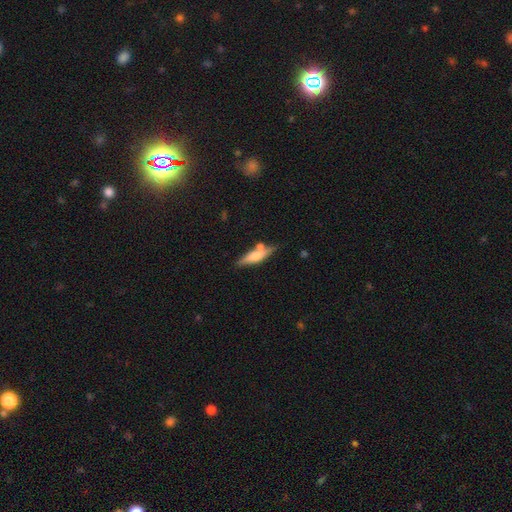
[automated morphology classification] Smooth or featured? smooth (53%)
How rounded? cigar-shaped (67%)
Merging? none (65%)